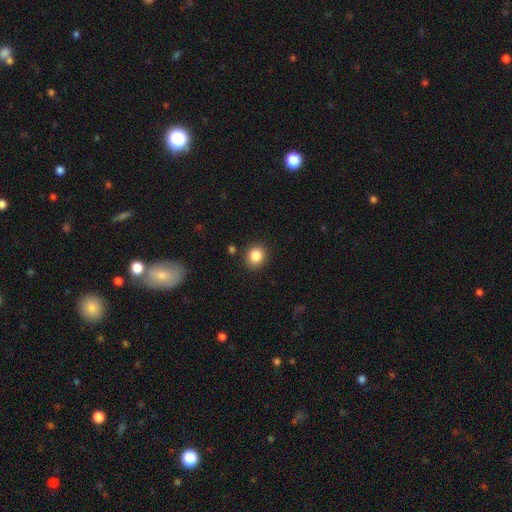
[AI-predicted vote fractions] A smooth galaxy with no disk features (86%) that is round (74%). Merging: none (88%).